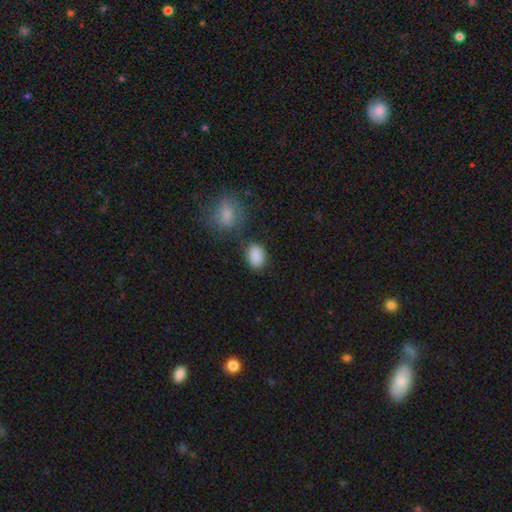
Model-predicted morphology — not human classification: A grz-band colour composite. It shows a smooth galaxy with no disk features (87%) that is in between round and cigar-shaped (72%). Merging: none (72%).